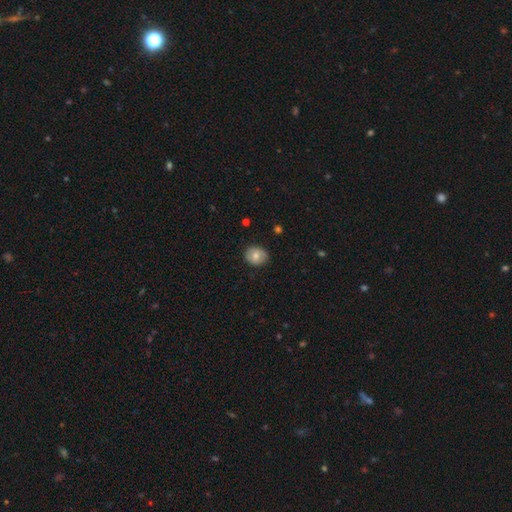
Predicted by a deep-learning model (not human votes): The model was most divided on "how rounded": round: 70%, in between: 29%, cigar-shaped: 1%. More confident: merging — none (84%); smooth or featured — smooth (74%).